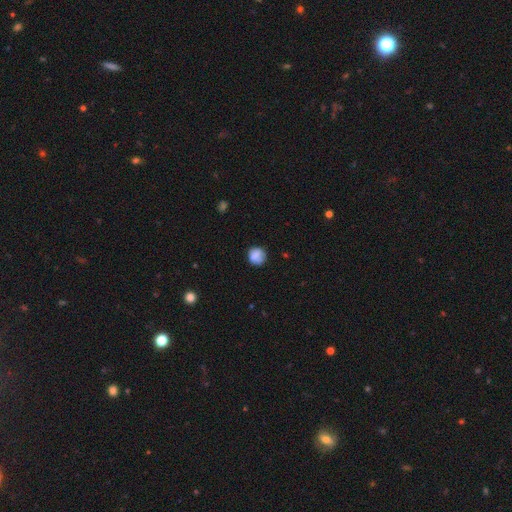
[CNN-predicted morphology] Q: Smooth or featured?
A: smooth (74%); runner-up: featured or disk (16%)
Q: How rounded?
A: round (82%); runner-up: in between (17%)
Q: Merging?
A: none (63%); runner-up: minor disturbance (24%)